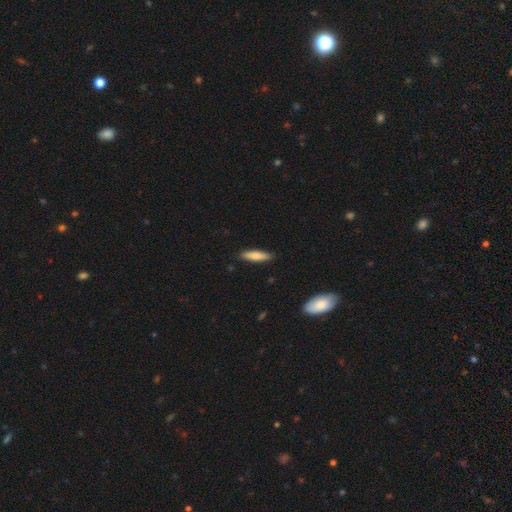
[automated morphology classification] A smooth galaxy with no disk features (75%) that is cigar-shaped (75%).

Vote fractions:
- Smooth or featured? smooth: 75% / featured or disk: 19% / star or artifact: 6%
- How rounded? cigar-shaped: 75% / in between: 24% / round: 2%
- Merging? none: 88% / minor disturbance: 9% / major disturbance: 2% / merger: 1%